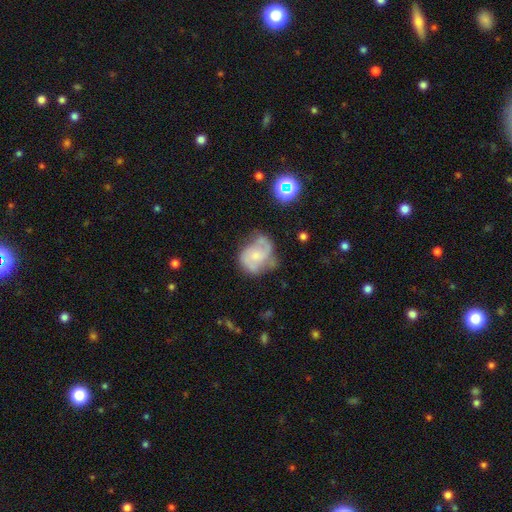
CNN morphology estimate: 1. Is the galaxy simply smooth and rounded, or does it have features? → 66% featured or disk, 26% smooth, 8% star or artifact.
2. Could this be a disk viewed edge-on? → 98% no, 2% yes.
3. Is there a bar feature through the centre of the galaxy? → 66% no, 29% weak, 6% strong.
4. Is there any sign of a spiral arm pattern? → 83% yes, 17% no.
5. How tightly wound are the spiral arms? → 48% medium, 26% loose, 26% tight.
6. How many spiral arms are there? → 73% 2, 14% can't tell, 6% 3, 4% 1, 2% 4, 1% more than 4.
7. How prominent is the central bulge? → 50% small, 33% moderate, 12% none, 4% large, 1% dominant.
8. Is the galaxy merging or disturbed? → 46% none, 30% minor disturbance, 18% major disturbance, 6% merger.